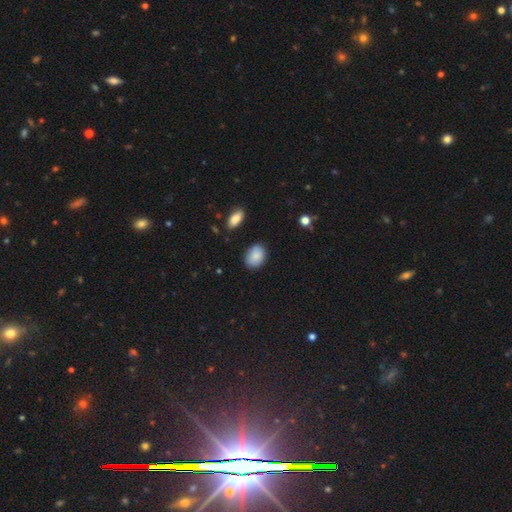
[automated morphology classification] Smooth or featured? smooth (88%)
How rounded? in between (73%)
Merging? none (81%)